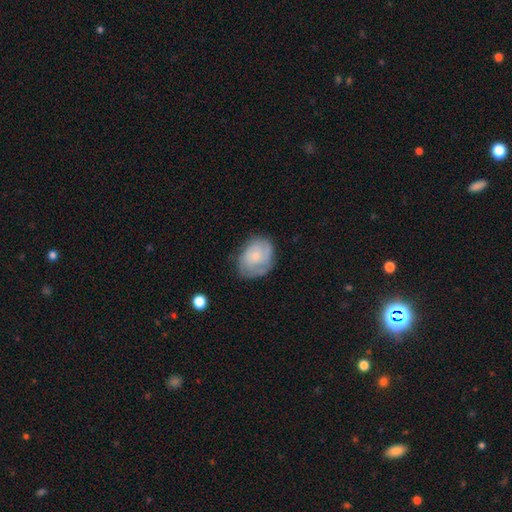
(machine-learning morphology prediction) Smooth or featured? smooth (48%)
Merging? none (60%)